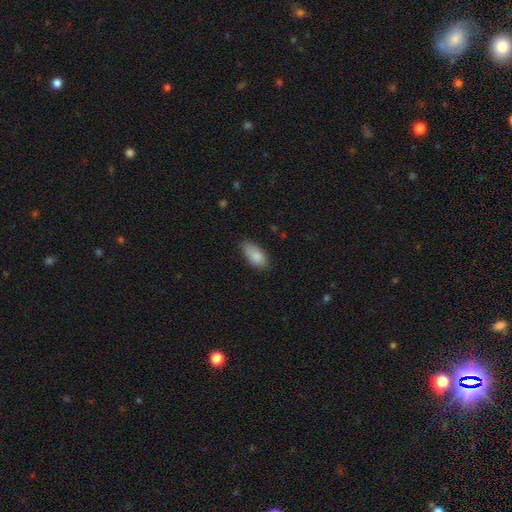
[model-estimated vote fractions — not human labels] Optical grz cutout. It shows a smooth galaxy with no disk features (87%) that is in between round and cigar-shaped (91%). Merging: none (73%).